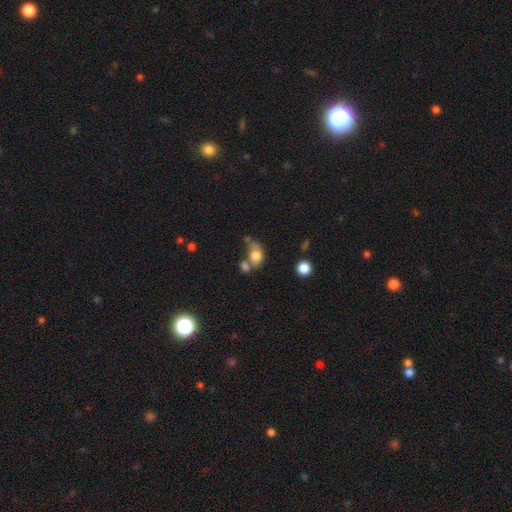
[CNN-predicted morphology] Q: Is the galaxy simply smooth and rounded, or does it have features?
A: smooth — 74%.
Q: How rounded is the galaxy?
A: in between — 73%.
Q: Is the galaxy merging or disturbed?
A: merger — 37%.